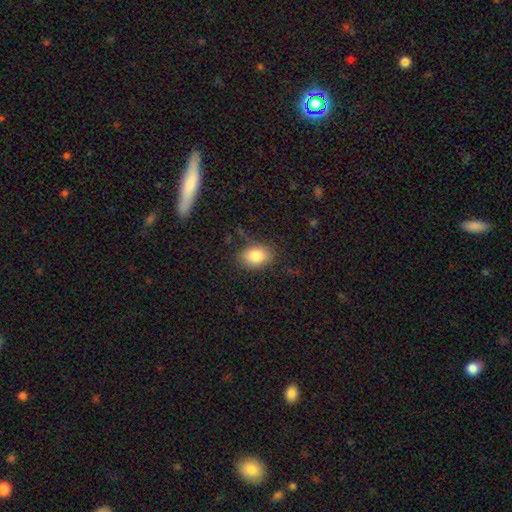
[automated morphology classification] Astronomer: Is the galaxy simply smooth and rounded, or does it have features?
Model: smooth — 83%.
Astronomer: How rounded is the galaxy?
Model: in between — 79%.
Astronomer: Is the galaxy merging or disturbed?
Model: none — 82%.